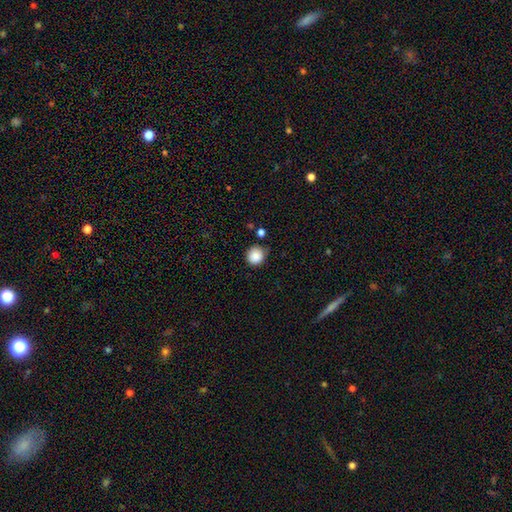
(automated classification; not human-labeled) Overall: smooth (87%). How rounded: round (90%). Merging: none (75%).